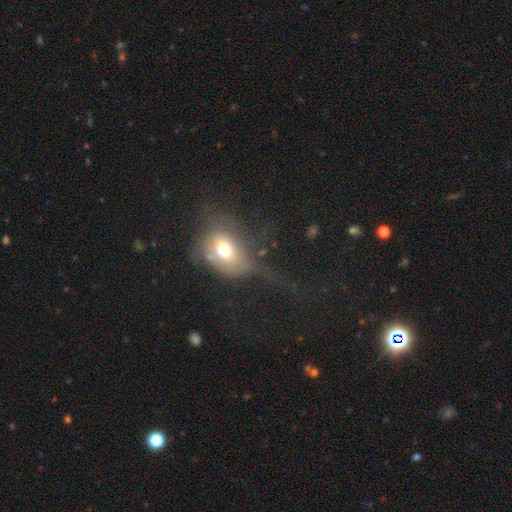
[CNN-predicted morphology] A smooth galaxy with no disk features (49%).

Vote fractions:
- Smooth or featured? smooth: 49% / star or artifact: 28% / featured or disk: 23%
- Merging? major disturbance: 38% / none: 37% / minor disturbance: 21% / merger: 4%